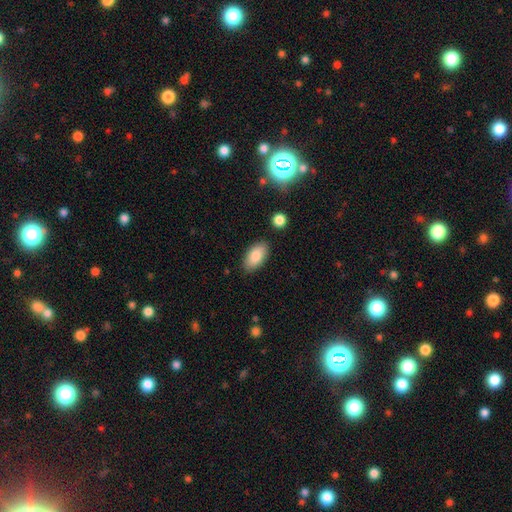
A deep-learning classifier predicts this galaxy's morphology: smooth_or_featured: smooth (p=0.85) [alt: featured or disk p=0.09]
how_rounded: in between (p=0.94) [alt: cigar-shaped p=0.04]
merging: none (p=0.86) [alt: minor disturbance p=0.09]